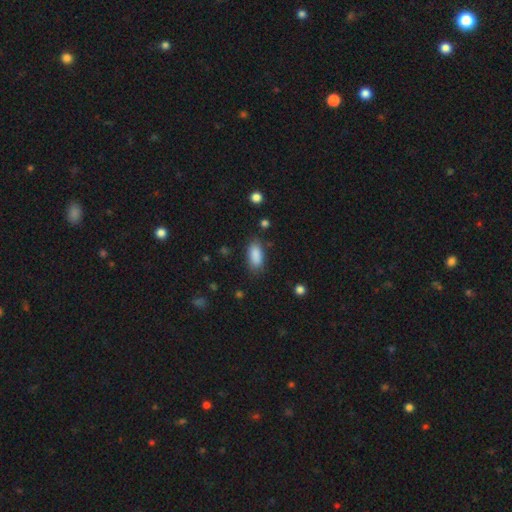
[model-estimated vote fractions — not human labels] A smooth galaxy with no disk features (88%) that is in between round and cigar-shaped (88%). Merging: none (81%).